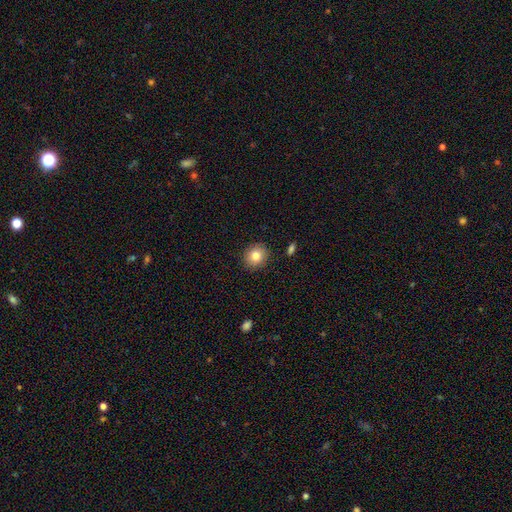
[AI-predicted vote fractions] Smooth or featured?
  - smooth: 81% *
  - featured or disk: 10%
  - star or artifact: 10%
How rounded?
  - round: 84% *
  - in between: 15%
  - cigar-shaped: 1%
Merging?
  - none: 88% *
  - minor disturbance: 8%
  - major disturbance: 2%
  - merger: 2%